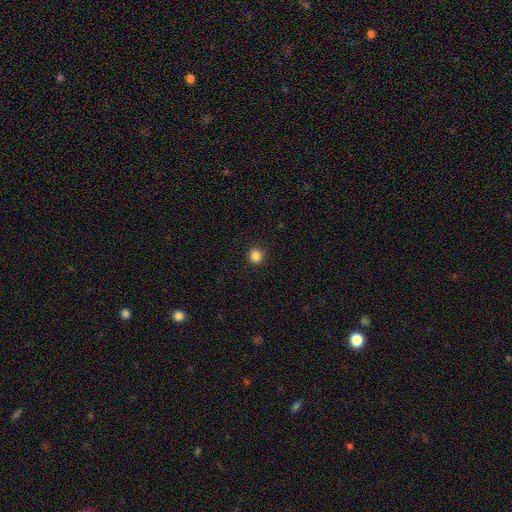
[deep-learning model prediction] Smooth or featured? Predicted: smooth (p=0.86). How rounded? Predicted: round (p=0.87). Merging? Predicted: none (p=0.92).